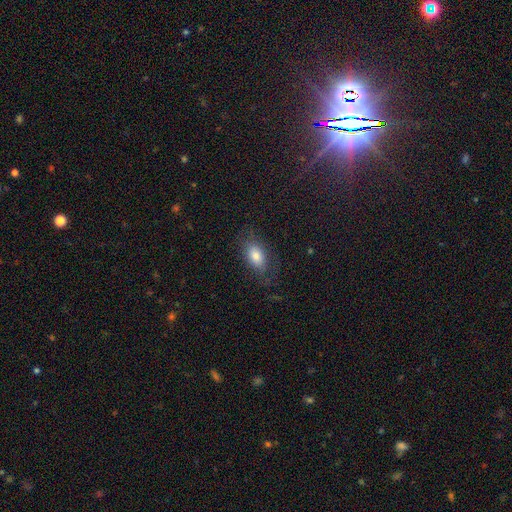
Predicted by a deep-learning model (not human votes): Morphology: type=smooth (74%); roundness=in between (89%); merging=none (69%).